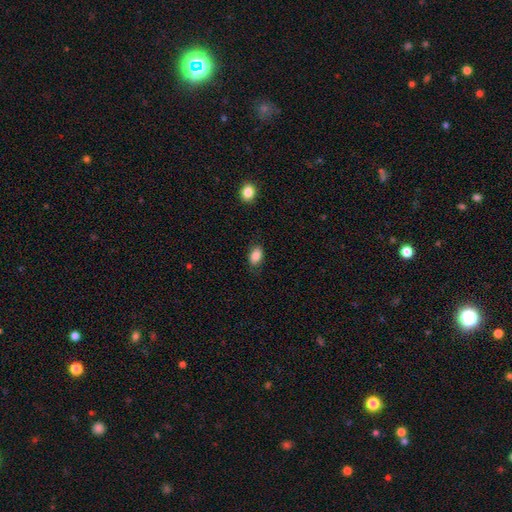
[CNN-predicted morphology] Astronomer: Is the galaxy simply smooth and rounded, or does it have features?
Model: smooth — 85%.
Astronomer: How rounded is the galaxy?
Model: in between — 88%.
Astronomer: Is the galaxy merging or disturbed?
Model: none — 80%.